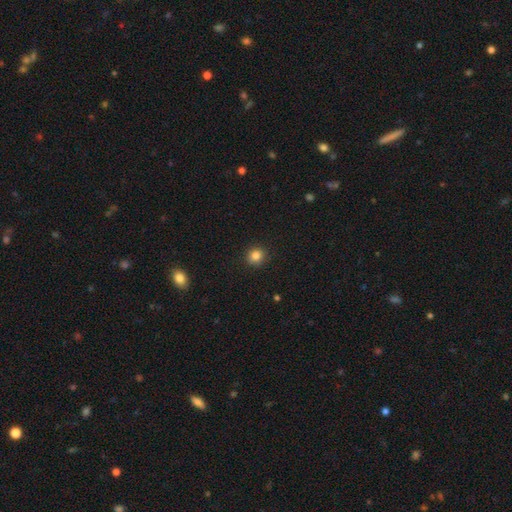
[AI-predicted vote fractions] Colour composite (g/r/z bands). It shows a smooth galaxy with no disk features (84%) that is round (87%). Merging: none (90%).